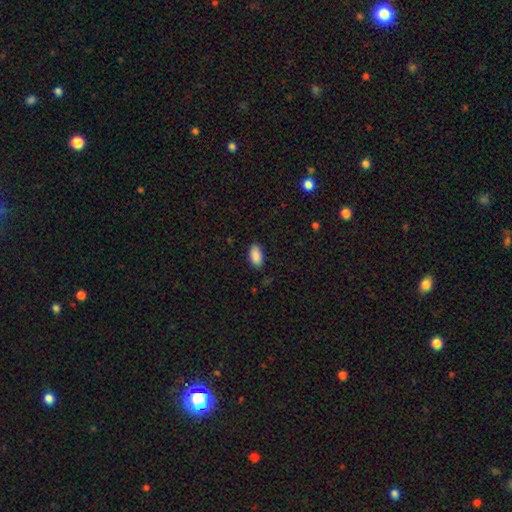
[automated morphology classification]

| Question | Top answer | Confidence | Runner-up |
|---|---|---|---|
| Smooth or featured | smooth | 90% | star or artifact (7%) |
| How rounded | in between | 94% | cigar-shaped (4%) |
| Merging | none | 86% | minor disturbance (11%) |